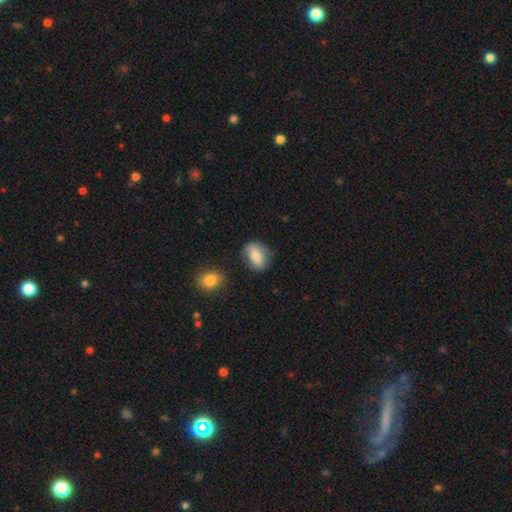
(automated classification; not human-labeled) smooth-or-featured: smooth: 73% | featured or disk: 20% | star or artifact: 7%
  how-rounded: in between: 69% | round: 28% | cigar-shaped: 3%
  merging: none: 72% | minor disturbance: 19% | major disturbance: 5% | merger: 4%